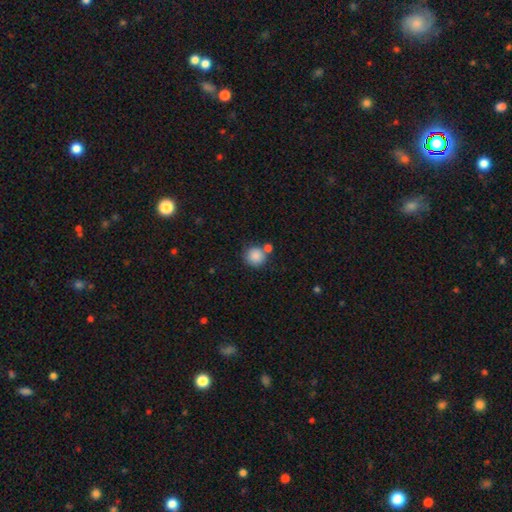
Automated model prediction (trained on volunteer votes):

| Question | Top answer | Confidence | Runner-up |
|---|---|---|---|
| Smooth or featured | smooth | 87% | star or artifact (9%) |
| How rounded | round | 91% | in between (8%) |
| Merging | none | 67% | merger (20%) |